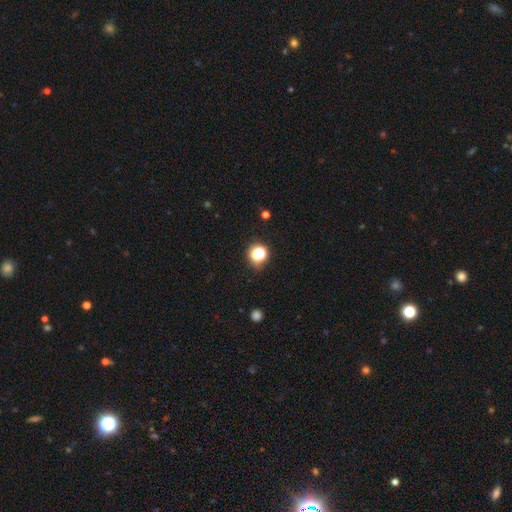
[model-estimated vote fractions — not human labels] This is possibly a smooth galaxy (57%). How rounded: clearly round (85%). Merging: likely none (78%).